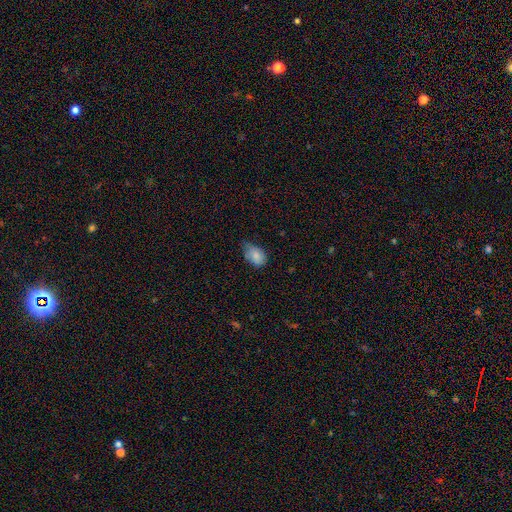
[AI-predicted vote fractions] Overall: smooth (83%). How rounded: in between (84%). Merging: minor disturbance (46%; none 42%).